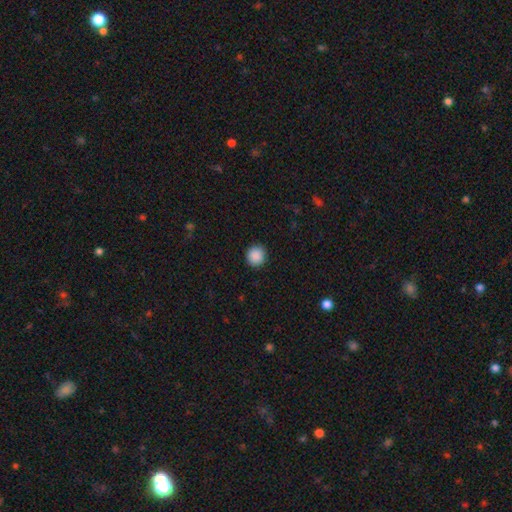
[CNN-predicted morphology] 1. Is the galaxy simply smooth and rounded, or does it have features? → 89% smooth, 8% star or artifact, 2% featured or disk.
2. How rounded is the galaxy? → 92% round, 7% in between, 1% cigar-shaped.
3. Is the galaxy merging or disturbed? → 91% none, 6% minor disturbance, 2% major disturbance, 1% merger.